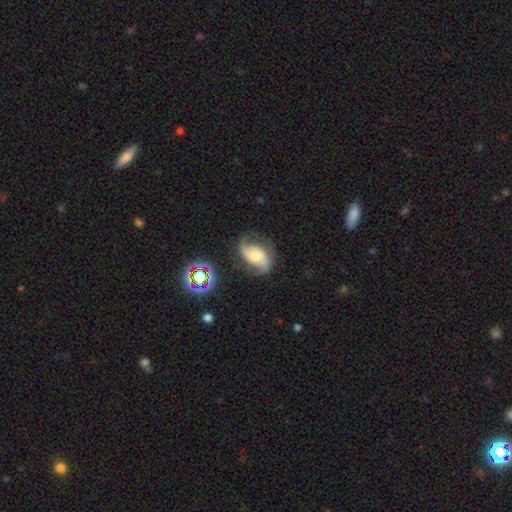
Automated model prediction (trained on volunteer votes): Smooth or featured?
  - featured or disk: 73% *
  - smooth: 18%
  - star or artifact: 9%
Edge-on disk?
  - no: 97% *
  - yes: 3%
Bar?
  - no: 45% *
  - weak: 38%
  - strong: 18%
Spiral arms?
  - yes: 94% *
  - no: 6%
Spiral winding?
  - loose: 46% *
  - medium: 41%
  - tight: 13%
Spiral arm count?
  - 2: 86% *
  - 1: 6%
  - can't tell: 5%
  - 3: 2%
  - 4: 1%
  - more than 4: 1%
Bulge size?
  - moderate: 37% *
  - small: 29%
  - large: 19%
  - none: 10%
  - dominant: 5%
Merging?
  - none: 61% *
  - minor disturbance: 21%
  - major disturbance: 15%
  - merger: 2%